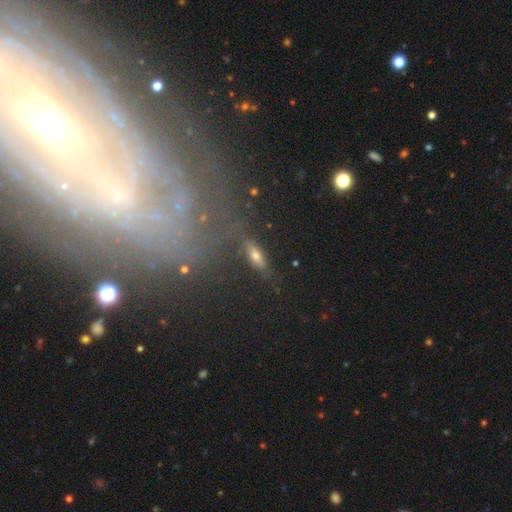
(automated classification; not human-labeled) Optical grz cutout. It shows a smooth galaxy with no disk features (55%) that is in between round and cigar-shaped (51%). Merging: none (76%).